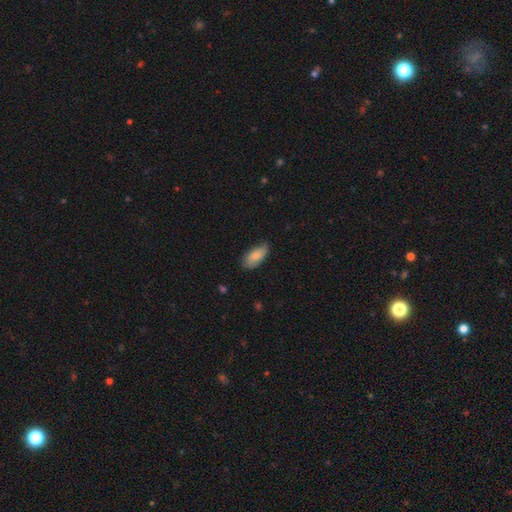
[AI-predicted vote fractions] Smooth or featured?
  - smooth: 79% *
  - featured or disk: 15%
  - star or artifact: 6%
How rounded?
  - in between: 91% *
  - cigar-shaped: 7%
  - round: 2%
Merging?
  - none: 65% *
  - minor disturbance: 29%
  - major disturbance: 4%
  - merger: 1%